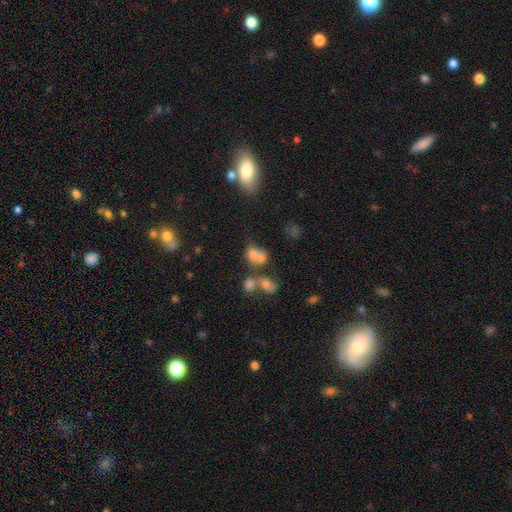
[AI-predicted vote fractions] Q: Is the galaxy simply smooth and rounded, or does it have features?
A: smooth — 66%.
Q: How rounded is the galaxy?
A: round — 53%.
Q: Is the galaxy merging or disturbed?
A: merger — 51%.